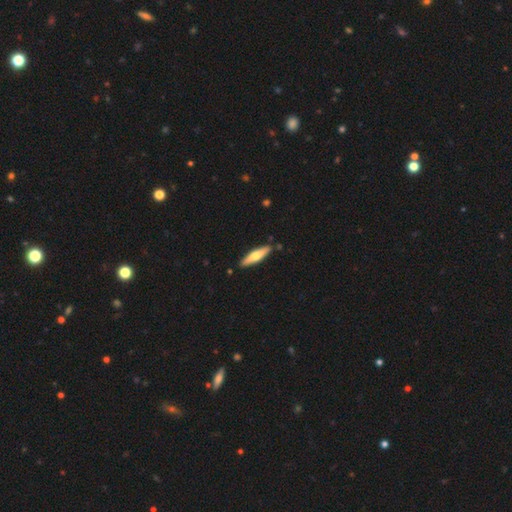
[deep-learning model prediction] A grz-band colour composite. It shows a smooth galaxy with no disk features (52%) that is cigar-shaped (77%). Merging: none (87%).